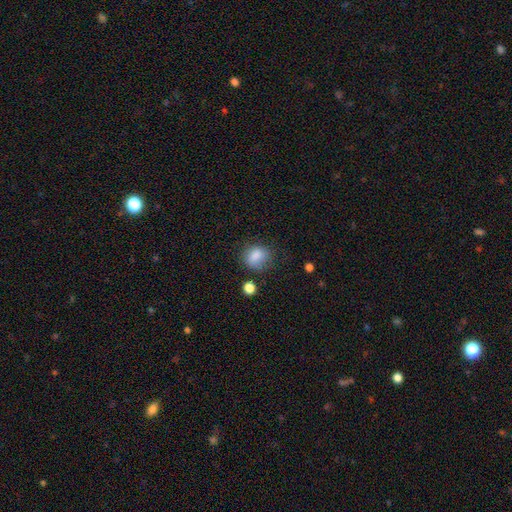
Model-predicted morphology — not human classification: Overall: smooth (83%). How rounded: round (56%; in between 43%). Merging: none (62%; minor disturbance 24%).